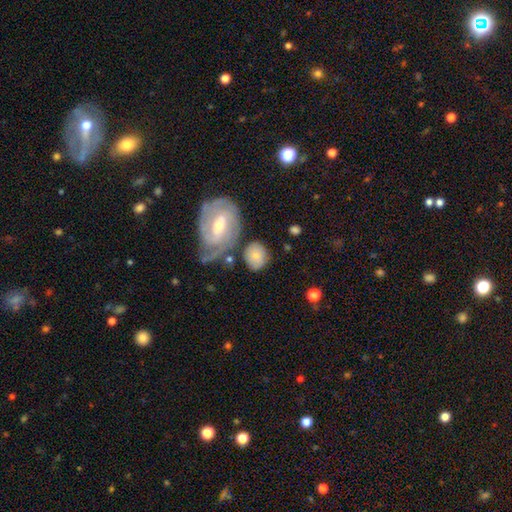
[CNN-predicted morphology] Smooth or featured: smooth — 71% (featured or disk — 23%)
How rounded: round — 64% (in between — 34%)
Merging: none — 66% (minor disturbance — 15%)